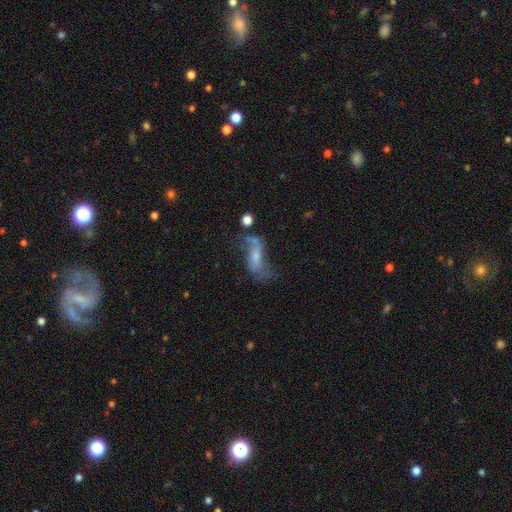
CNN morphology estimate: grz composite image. It shows a featured or disk galaxy (57%) with no bar (51%), spiral arms (66%) and a small central bulge (43%). Merging: none (35%).